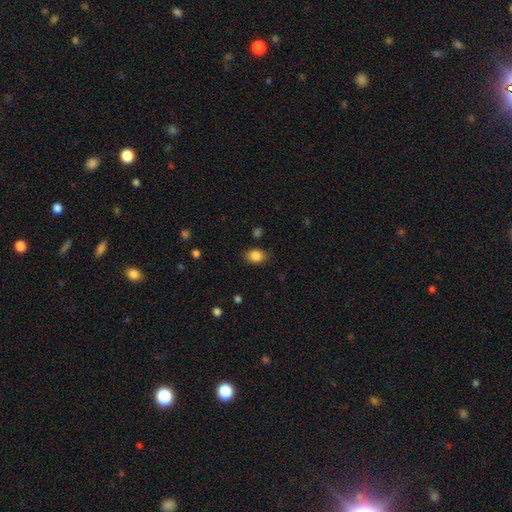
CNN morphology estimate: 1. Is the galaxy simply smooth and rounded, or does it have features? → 86% smooth, 9% star or artifact, 5% featured or disk.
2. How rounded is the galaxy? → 69% in between, 30% round, 1% cigar-shaped.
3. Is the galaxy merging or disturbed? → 83% none, 13% minor disturbance, 3% major disturbance, 1% merger.